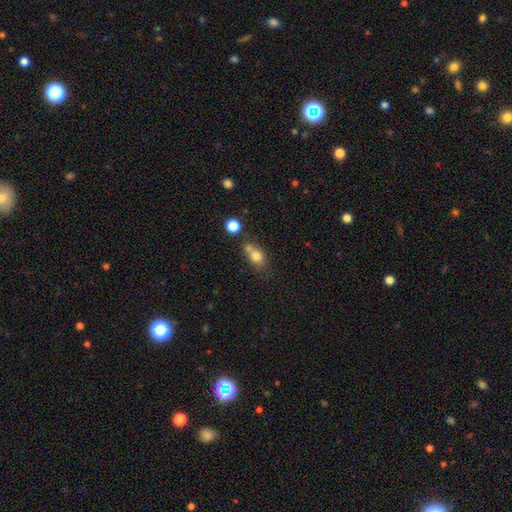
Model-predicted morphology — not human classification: smooth-or-featured: smooth: 77% | featured or disk: 13% | star or artifact: 10%
  how-rounded: in between: 61% | round: 35% | cigar-shaped: 3%
  merging: none: 40% | merger: 39% | minor disturbance: 16% | major disturbance: 6%